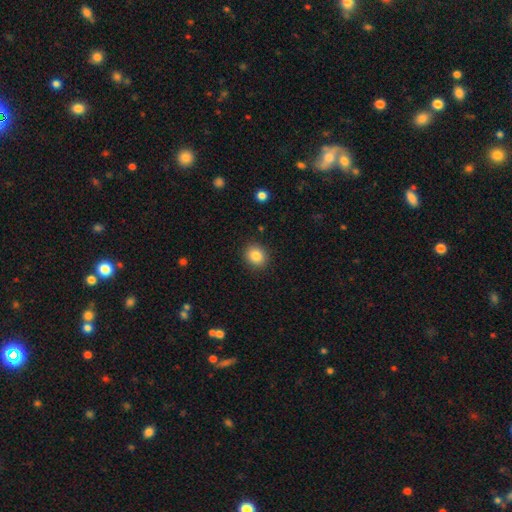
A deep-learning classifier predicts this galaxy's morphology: smooth-or-featured: smooth: 85% | star or artifact: 9% | featured or disk: 5%
  how-rounded: round: 75% | in between: 24% | cigar-shaped: 1%
  merging: none: 90% | minor disturbance: 7% | major disturbance: 2% | merger: 1%